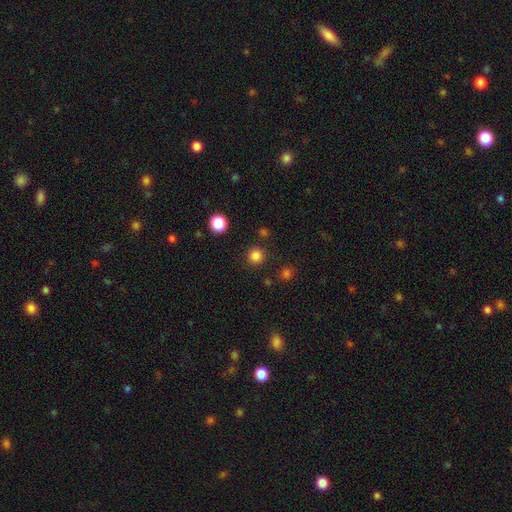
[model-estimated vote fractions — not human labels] smooth 82%, star or artifact 15%, featured or disk 3%. Down the decision tree: how rounded — round (94%); merging — none (89%).